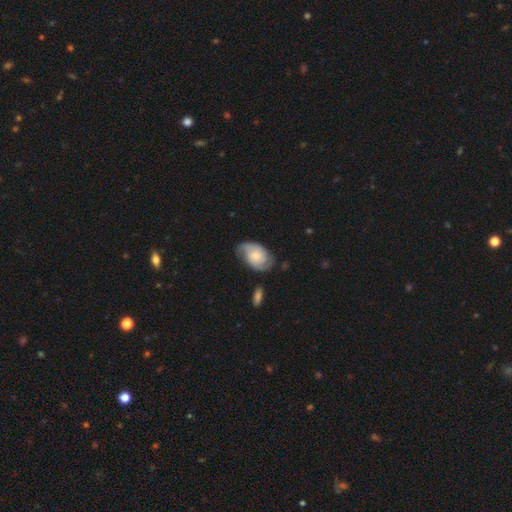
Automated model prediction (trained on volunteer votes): Smooth or featured? Predicted: featured or disk (p=0.56). Edge-on disk? Predicted: no (p=0.96). Bar? Predicted: no (p=0.71). Spiral arms? Predicted: yes (p=0.87). Bulge size? Predicted: small (p=0.51). Merging? Predicted: none (p=0.60).